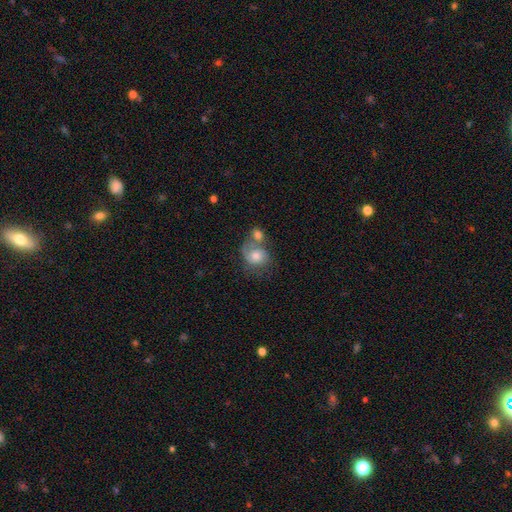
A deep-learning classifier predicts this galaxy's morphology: This is possibly a smooth galaxy (51%). How rounded: likely round (68%). Merging: marginally merger (44%).